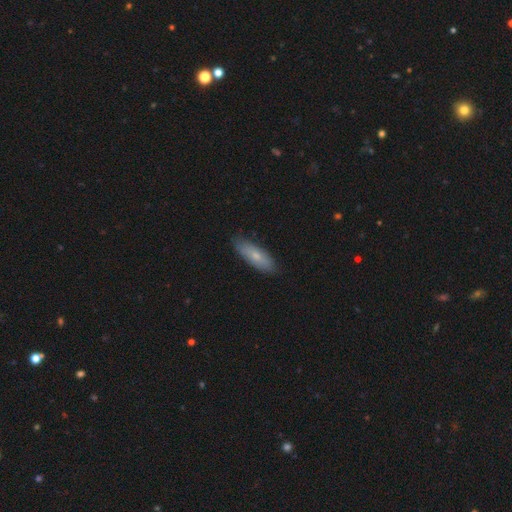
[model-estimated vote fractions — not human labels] Smooth or featured? Predicted: smooth (p=0.69). How rounded? Predicted: in between (p=0.60). Merging? Predicted: none (p=0.83).